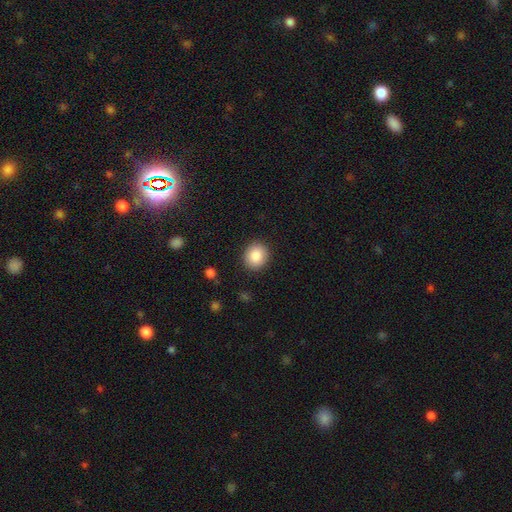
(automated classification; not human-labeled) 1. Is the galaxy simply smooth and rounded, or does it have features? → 87% smooth, 8% star or artifact, 5% featured or disk.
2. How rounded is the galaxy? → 80% round, 19% in between, 1% cigar-shaped.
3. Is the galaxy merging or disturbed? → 91% none, 6% minor disturbance, 2% major disturbance, 1% merger.